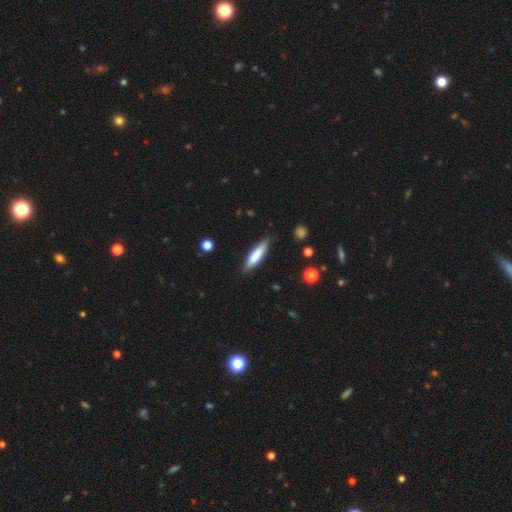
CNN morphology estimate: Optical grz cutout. It shows a smooth galaxy with no disk features (74%) that is cigar-shaped (76%). Merging: none (85%).